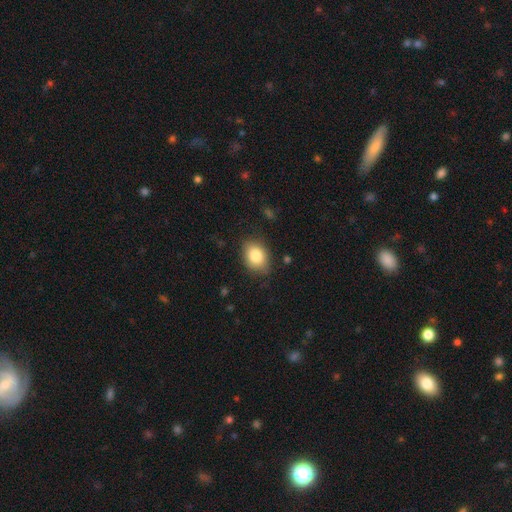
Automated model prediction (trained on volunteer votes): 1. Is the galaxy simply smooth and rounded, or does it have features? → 83% smooth, 9% featured or disk, 8% star or artifact.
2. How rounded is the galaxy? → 73% in between, 26% round, 1% cigar-shaped.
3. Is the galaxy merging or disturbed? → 80% none, 16% minor disturbance, 3% major disturbance, 1% merger.